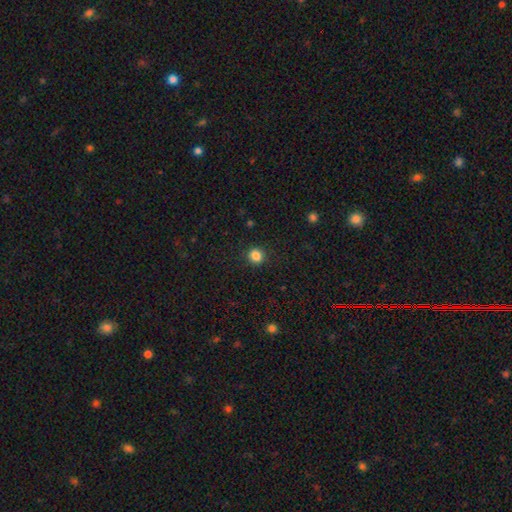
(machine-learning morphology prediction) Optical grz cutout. It shows a smooth galaxy with no disk features (85%) that is round (86%). Merging: none (91%).